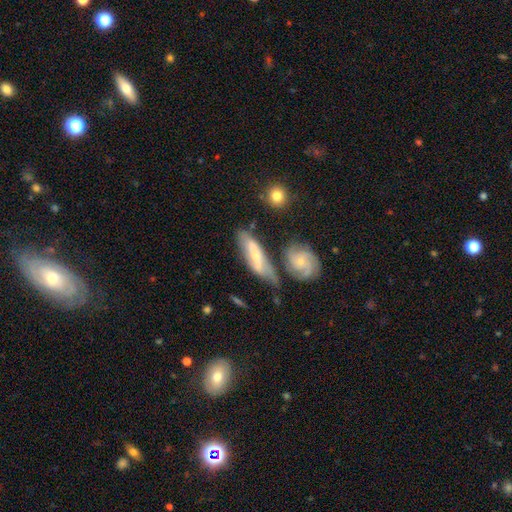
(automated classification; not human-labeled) Morphology: type=featured or disk (61%); edge-on=no (73%); merging=none (45%).